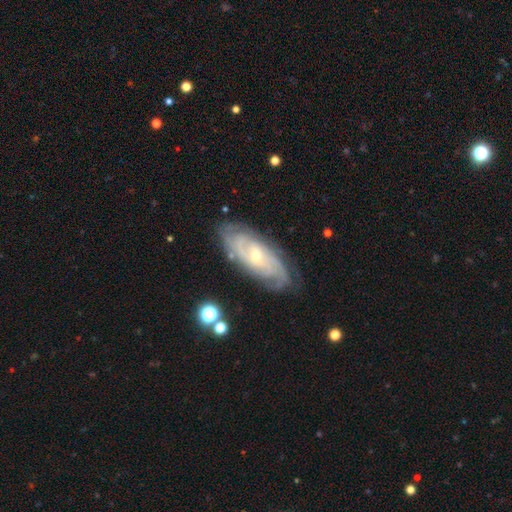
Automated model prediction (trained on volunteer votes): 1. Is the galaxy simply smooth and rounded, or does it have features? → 85% featured or disk, 9% smooth, 6% star or artifact.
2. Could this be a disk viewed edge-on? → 91% no, 9% yes.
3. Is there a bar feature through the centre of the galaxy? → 66% no, 27% weak, 7% strong.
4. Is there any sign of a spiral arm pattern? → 96% yes, 4% no.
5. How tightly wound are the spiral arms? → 69% tight, 26% medium, 5% loose.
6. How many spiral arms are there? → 31% can't tell, 22% 2, 22% 3, 15% 4, 6% more than 4, 5% 1.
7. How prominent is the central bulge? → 66% small, 31% moderate, 1% large, 1% none, 1% dominant.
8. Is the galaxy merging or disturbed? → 80% none, 15% minor disturbance, 4% major disturbance, 2% merger.